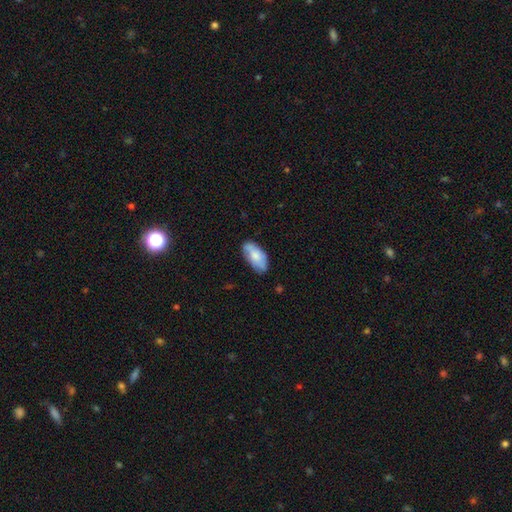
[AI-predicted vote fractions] Smooth or featured?
  - smooth: 69% *
  - featured or disk: 24%
  - star or artifact: 6%
How rounded?
  - in between: 93% *
  - cigar-shaped: 5%
  - round: 2%
Merging?
  - none: 71% *
  - minor disturbance: 23%
  - major disturbance: 5%
  - merger: 2%